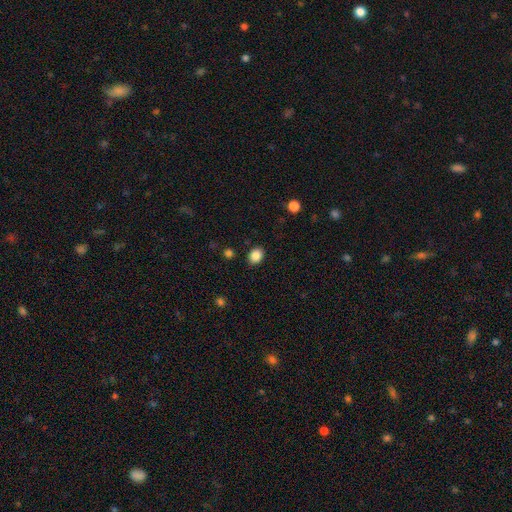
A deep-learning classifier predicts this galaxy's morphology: This is clearly a smooth galaxy (87%). How rounded: possibly in between (55%). Merging: clearly none (87%).